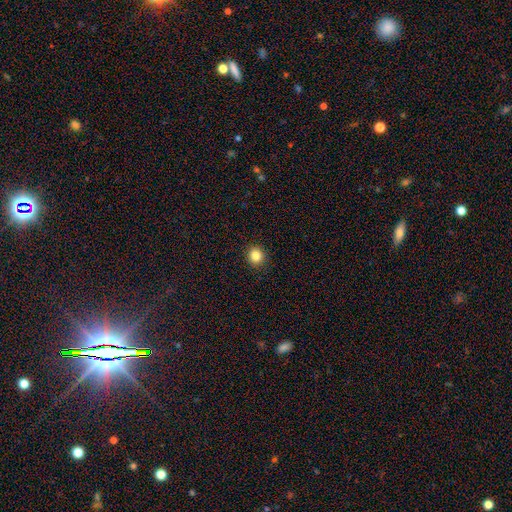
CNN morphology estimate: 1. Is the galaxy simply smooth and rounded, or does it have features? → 84% smooth, 11% star or artifact, 4% featured or disk.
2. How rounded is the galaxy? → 89% round, 10% in between, 1% cigar-shaped.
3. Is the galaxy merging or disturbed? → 92% none, 5% minor disturbance, 2% major disturbance, 1% merger.